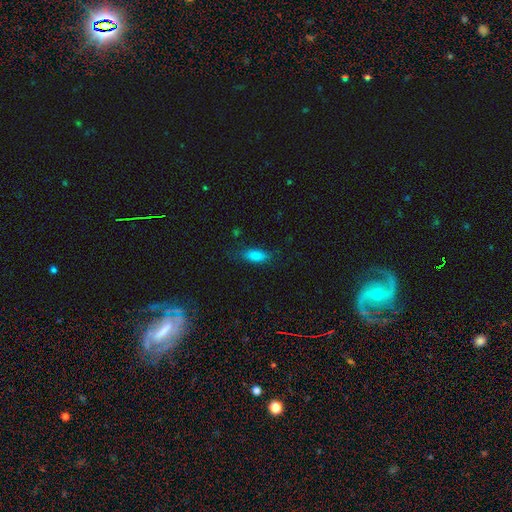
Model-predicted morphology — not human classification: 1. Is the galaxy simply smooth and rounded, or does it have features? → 83% smooth, 9% featured or disk, 8% star or artifact.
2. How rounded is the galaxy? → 75% in between, 23% cigar-shaped, 2% round.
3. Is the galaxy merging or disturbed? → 75% none, 18% minor disturbance, 6% major disturbance, 1% merger.